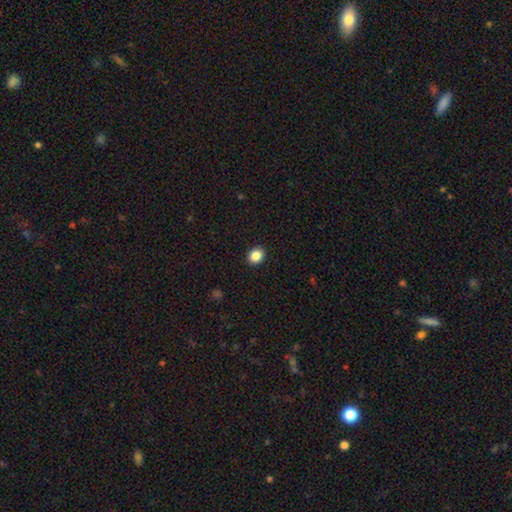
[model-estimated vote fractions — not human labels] smooth 86%, star or artifact 10%, featured or disk 4%. Down the decision tree: how rounded — round (61%); merging — none (92%).